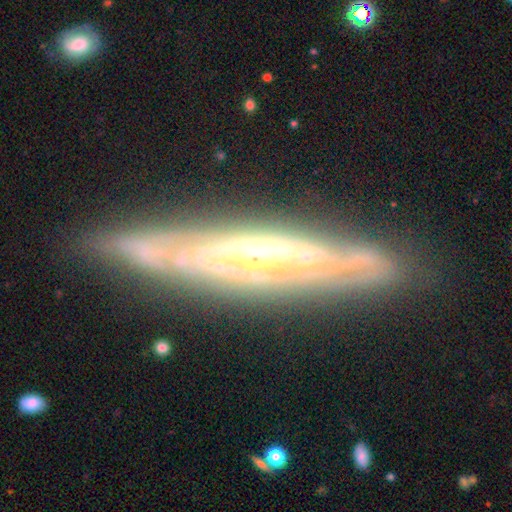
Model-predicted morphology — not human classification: Q: Smooth or featured?
A: featured or disk (83%); runner-up: smooth (10%)
Q: Edge-on disk?
A: yes (69%); runner-up: no (31%)
Q: Edge-on bulge?
A: none (48%); runner-up: rounded (42%)
Q: Merging?
A: none (80%); runner-up: minor disturbance (14%)